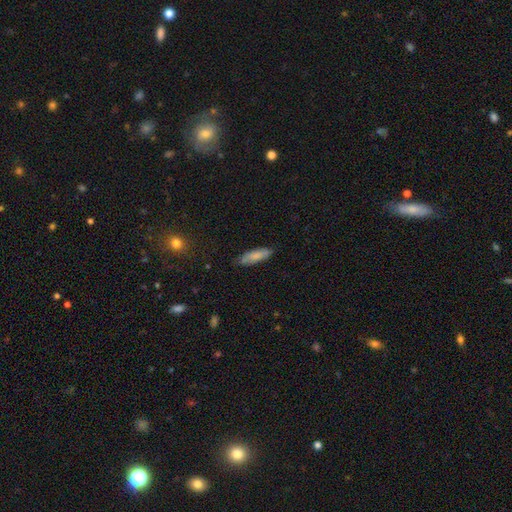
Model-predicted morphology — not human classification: A smooth galaxy with no disk features (76%) that is cigar-shaped (50%).

Vote fractions:
- Smooth or featured? smooth: 76% / featured or disk: 18% / star or artifact: 6%
- How rounded? cigar-shaped: 50% / in between: 48% / round: 2%
- Merging? none: 77% / minor disturbance: 19% / major disturbance: 3% / merger: 1%